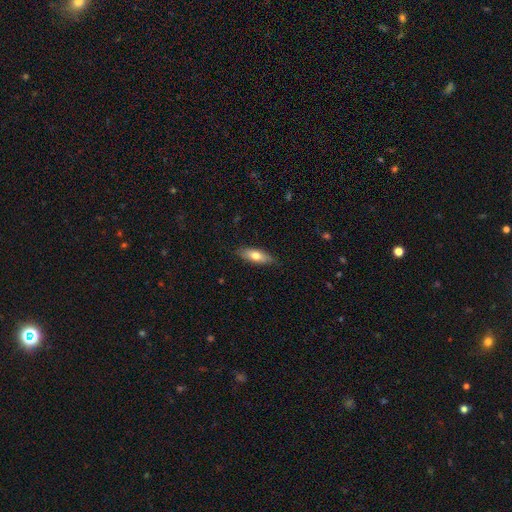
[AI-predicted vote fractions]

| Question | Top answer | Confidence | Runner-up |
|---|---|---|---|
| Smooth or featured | smooth | 67% | featured or disk (27%) |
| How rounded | in between | 58% | cigar-shaped (39%) |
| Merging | none | 83% | minor disturbance (13%) |